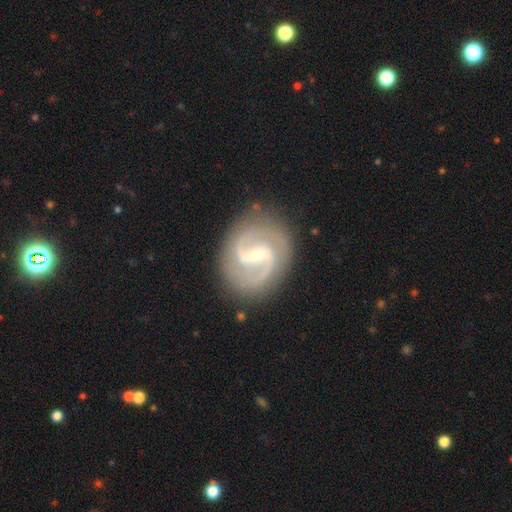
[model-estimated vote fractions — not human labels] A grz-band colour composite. It shows a featured or disk galaxy (89%) with a strong bar (48%), 2 (91%) medium (53%) spiral arms (96%) and a small central bulge (59%). Merging: none (81%).